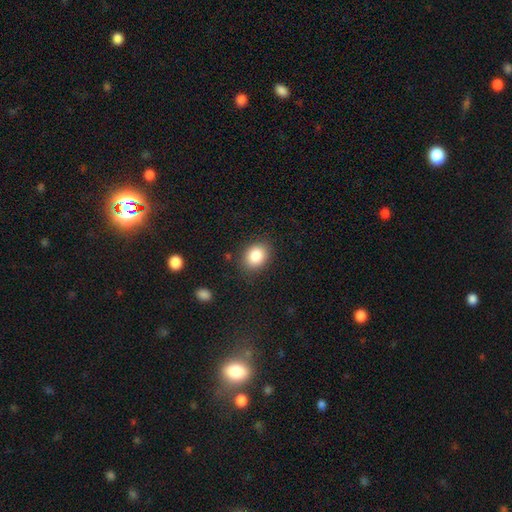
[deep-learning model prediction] Overall: smooth (86%). How rounded: in between (59%; round 40%). Merging: none (85%).